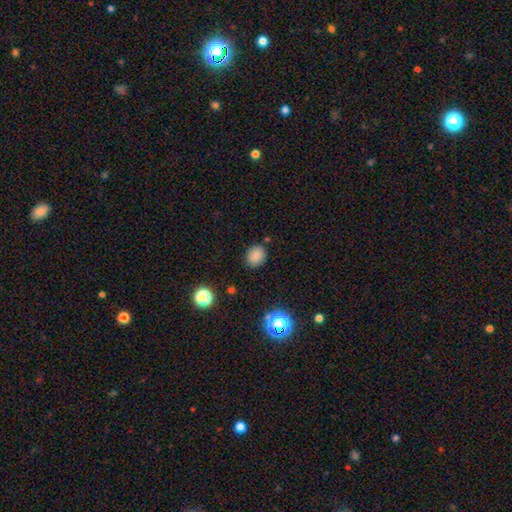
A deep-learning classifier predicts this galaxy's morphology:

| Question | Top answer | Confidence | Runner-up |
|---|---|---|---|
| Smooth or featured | smooth | 82% | star or artifact (13%) |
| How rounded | round | 64% | in between (35%) |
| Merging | none | 84% | minor disturbance (10%) |